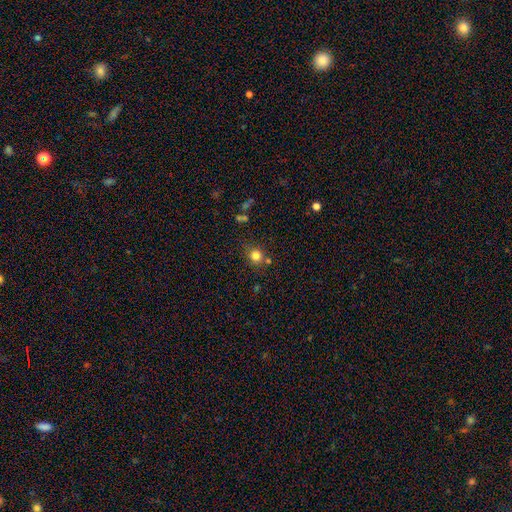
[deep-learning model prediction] This is clearly a smooth galaxy (81%). How rounded: clearly round (86%). Merging: likely none (77%).